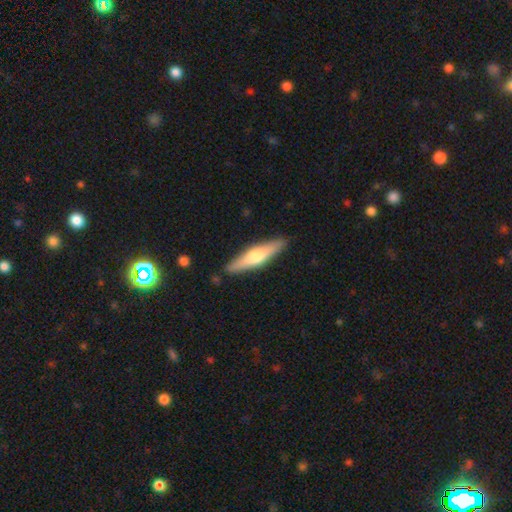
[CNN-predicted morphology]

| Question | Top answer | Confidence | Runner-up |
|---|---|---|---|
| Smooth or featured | smooth | 48% | featured or disk (47%) |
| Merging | none | 88% | minor disturbance (9%) |